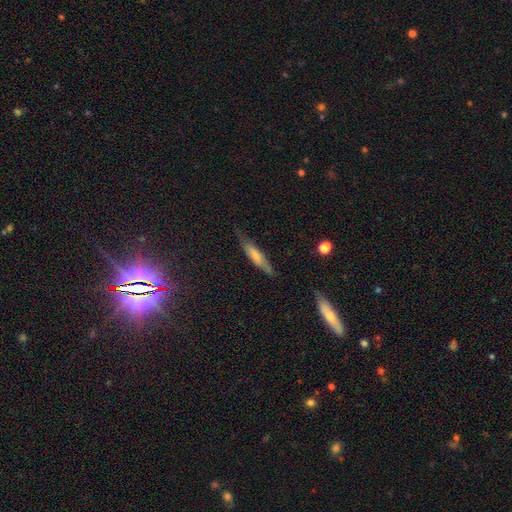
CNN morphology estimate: Smooth or featured: smooth — 54% (featured or disk — 39%)
How rounded: cigar-shaped — 76% (in between — 22%)
Merging: none — 70% (minor disturbance — 23%)